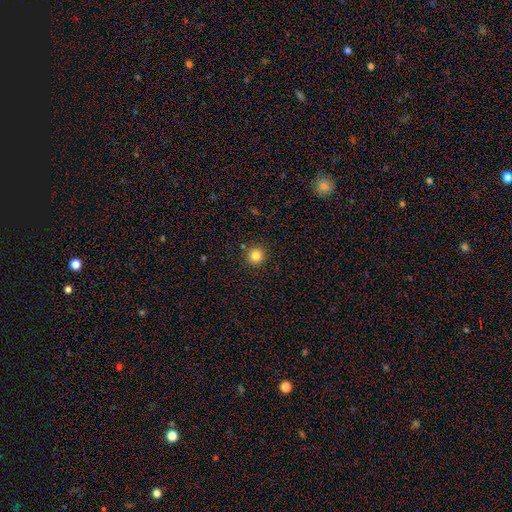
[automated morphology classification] The model was most divided on "smooth or featured": smooth: 83%, star or artifact: 12%, featured or disk: 5%. More confident: how rounded — round (94%); merging — none (90%).